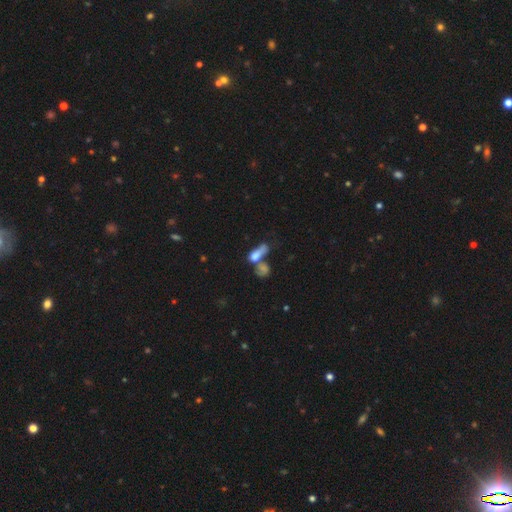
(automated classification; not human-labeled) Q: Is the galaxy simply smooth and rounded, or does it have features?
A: smooth — 63%.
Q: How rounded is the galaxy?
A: in between — 67%.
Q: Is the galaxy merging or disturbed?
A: merger — 55%.